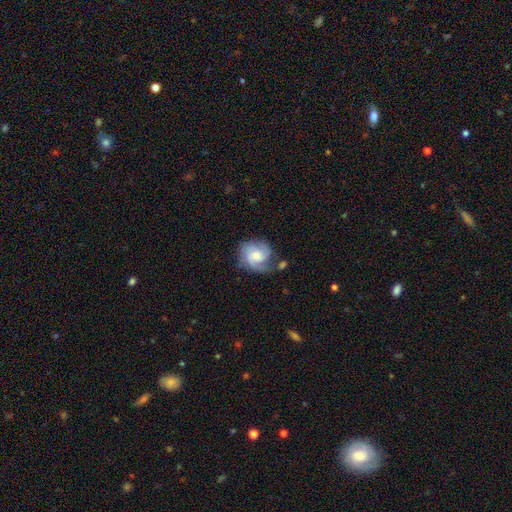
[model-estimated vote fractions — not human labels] Q: Smooth or featured?
A: featured or disk (67%); runner-up: smooth (26%)
Q: Edge-on disk?
A: no (98%); runner-up: yes (2%)
Q: Bar?
A: no (65%); runner-up: weak (30%)
Q: Spiral arms?
A: yes (92%); runner-up: no (8%)
Q: Spiral winding?
A: medium (42%); runner-up: tight (41%)
Q: Spiral arm count?
A: 2 (37%); runner-up: 3 (27%)
Q: Bulge size?
A: moderate (52%); runner-up: small (31%)
Q: Merging?
A: none (54%); runner-up: minor disturbance (26%)